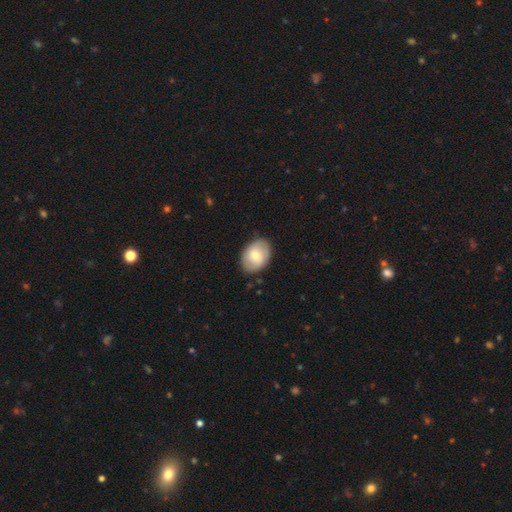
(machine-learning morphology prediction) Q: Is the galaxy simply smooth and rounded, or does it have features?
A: smooth — 63%.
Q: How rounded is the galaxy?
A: in between — 77%.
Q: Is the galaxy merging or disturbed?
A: none — 85%.